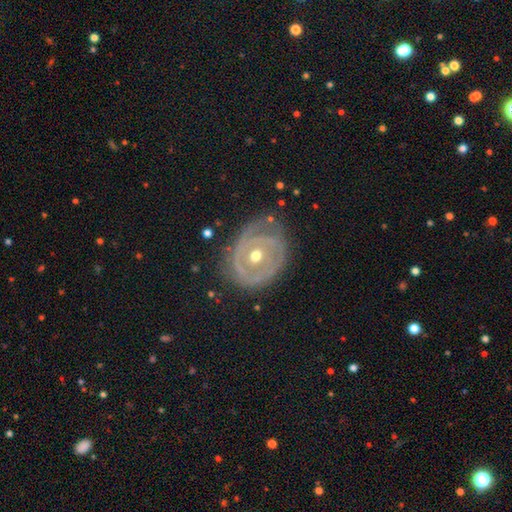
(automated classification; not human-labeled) The model was most divided on "spiral arm count": can't tell: 33%, 2: 32%, 1: 15%, 3: 12%, 4: 4%, more than 4: 4%. More confident: edge-on disk — no (96%); smooth or featured — featured or disk (80%); bar — no (74%); spiral winding — tight (73%); spiral arms — yes (73%); merging — none (66%); bulge size — moderate (65%).